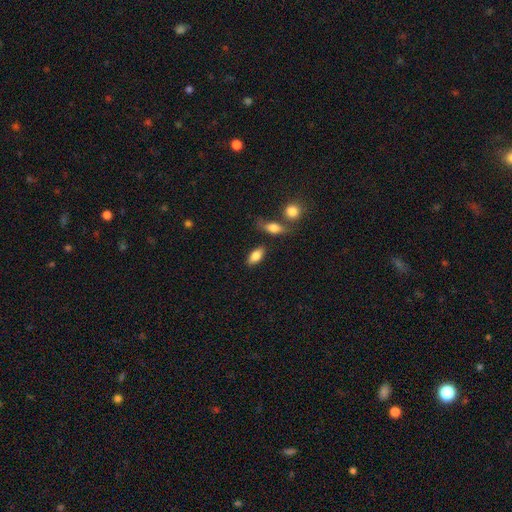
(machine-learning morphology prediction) This appears to be a smooth galaxy with no disk features (79%) that is in between round and cigar-shaped (88%). Merging: none (78%).